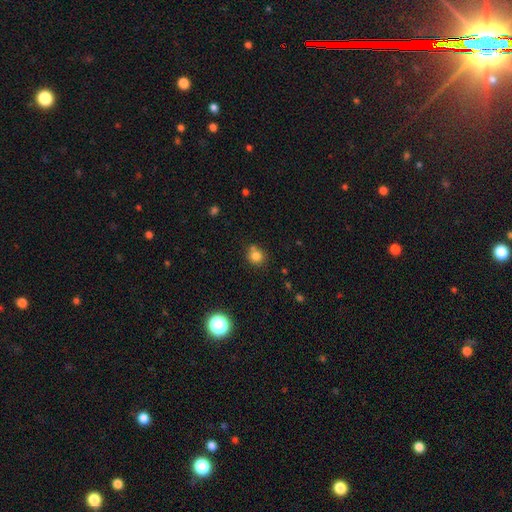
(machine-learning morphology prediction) Smooth or featured?
  - smooth: 80% *
  - star or artifact: 14%
  - featured or disk: 7%
How rounded?
  - round: 87% *
  - in between: 12%
  - cigar-shaped: 1%
Merging?
  - none: 66% *
  - merger: 17%
  - minor disturbance: 12%
  - major disturbance: 4%